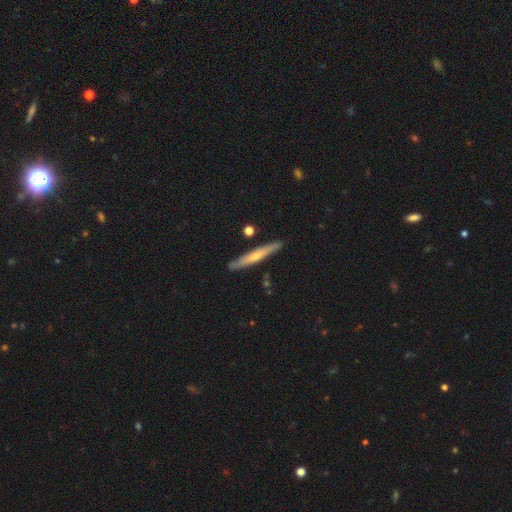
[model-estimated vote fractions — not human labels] A featured or disk galaxy (63%) viewed edge-on (95%) with a rounded central bulge (76%). Merging: none (86%).